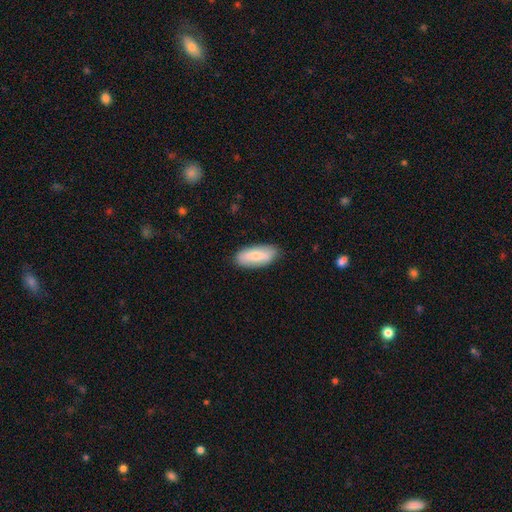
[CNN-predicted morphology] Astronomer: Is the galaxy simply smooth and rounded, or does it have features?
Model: smooth — 72%.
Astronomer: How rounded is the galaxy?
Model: in between — 82%.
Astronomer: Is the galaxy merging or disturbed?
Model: none — 84%.